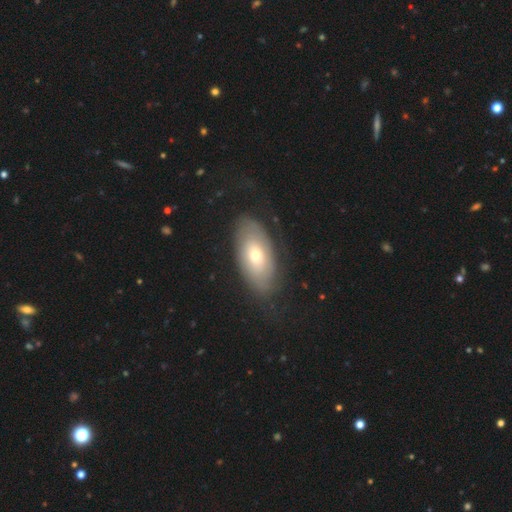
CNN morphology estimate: Smooth or featured?
  - featured or disk: 47% *
  - smooth: 46%
  - star or artifact: 7%
Merging?
  - none: 77% *
  - minor disturbance: 16%
  - major disturbance: 7%
  - merger: 1%